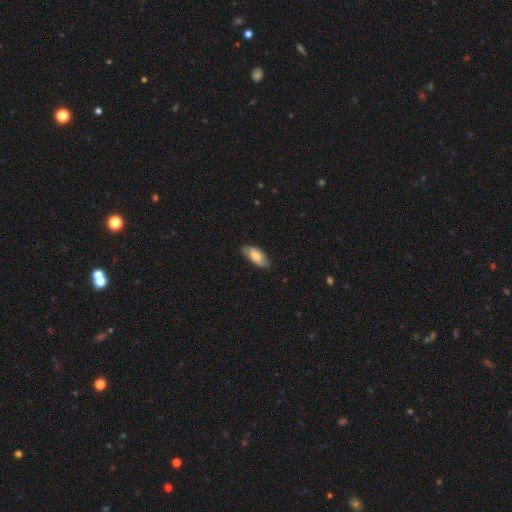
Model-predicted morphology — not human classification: Q: Smooth or featured?
A: smooth (70%); runner-up: featured or disk (24%)
Q: How rounded?
A: in between (88%); runner-up: cigar-shaped (10%)
Q: Merging?
A: none (79%); runner-up: minor disturbance (17%)